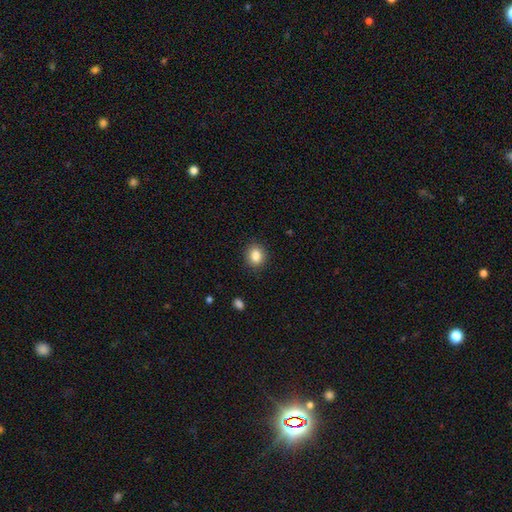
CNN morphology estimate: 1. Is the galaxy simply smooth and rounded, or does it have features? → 86% smooth, 9% star or artifact, 5% featured or disk.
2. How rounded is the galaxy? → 67% round, 32% in between, 1% cigar-shaped.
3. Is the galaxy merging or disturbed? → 89% none, 8% minor disturbance, 2% major disturbance, 1% merger.